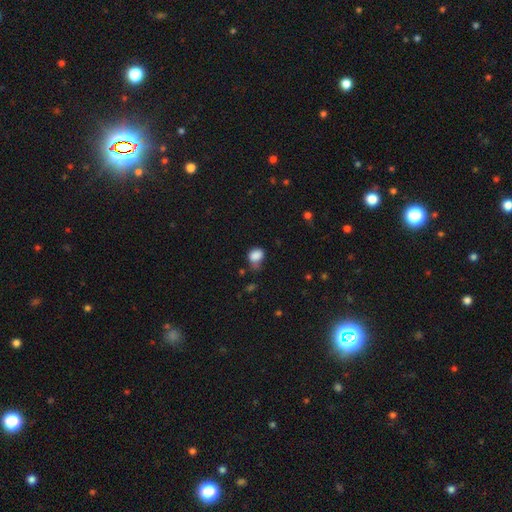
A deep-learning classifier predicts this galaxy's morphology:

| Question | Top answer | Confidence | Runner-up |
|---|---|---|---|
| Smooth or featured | smooth | 85% | star or artifact (10%) |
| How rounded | round | 50% | in between (49%) |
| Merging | none | 41% | minor disturbance (37%) |